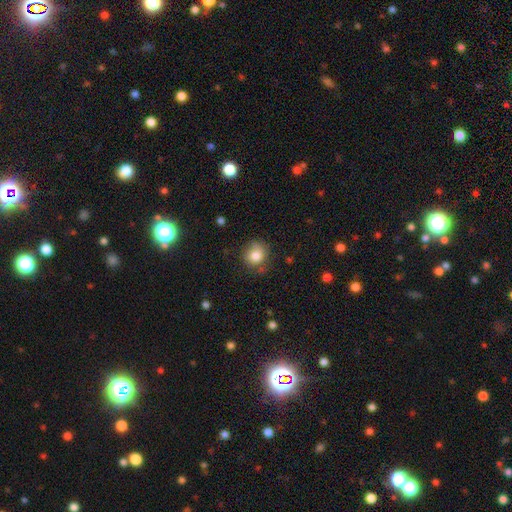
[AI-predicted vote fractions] Smooth or featured? smooth (81%)
How rounded? round (82%)
Merging? none (70%)